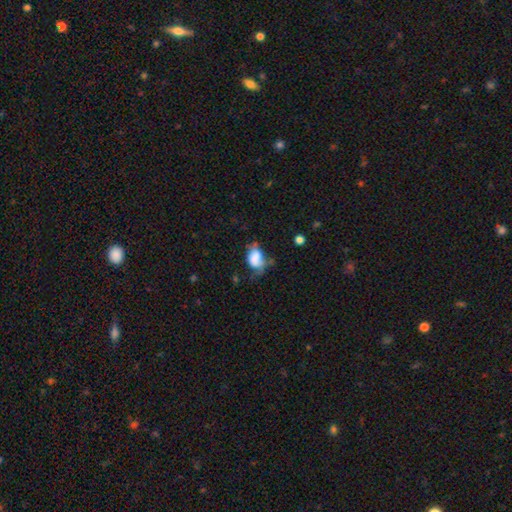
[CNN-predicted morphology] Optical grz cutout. It shows a smooth galaxy with no disk features (72%) that is in between round and cigar-shaped (84%). Merging: minor disturbance (33%).